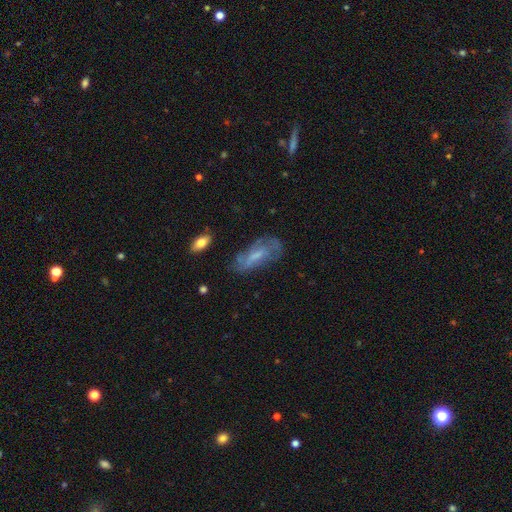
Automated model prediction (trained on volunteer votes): Smooth or featured? featured or disk (55%)
Edge-on disk? no (86%)
Merging? none (62%)